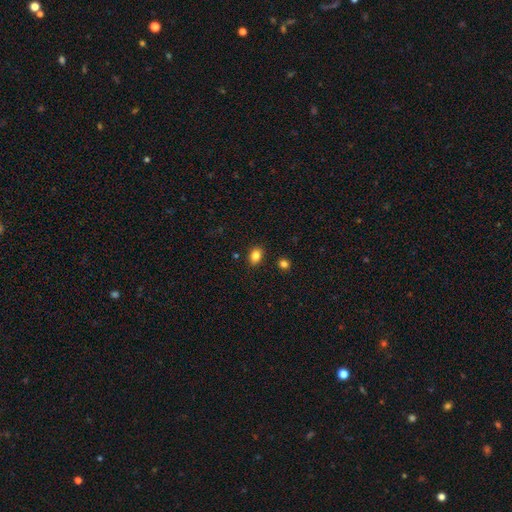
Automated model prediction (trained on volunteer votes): Smooth or featured? smooth (84%)
How rounded? in between (71%)
Merging? none (86%)